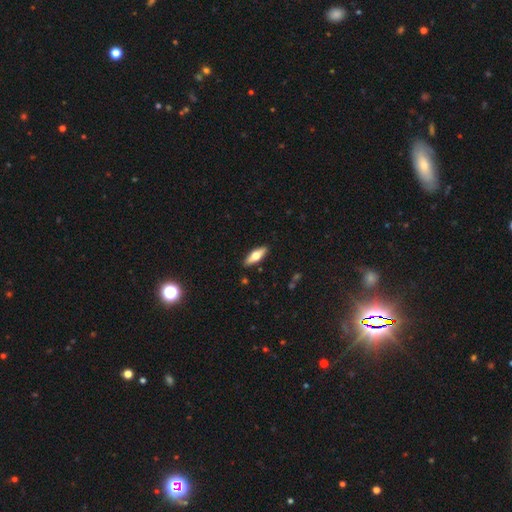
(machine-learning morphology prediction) The model was most divided on "how rounded": in between: 54%, cigar-shaped: 43%, round: 3%. More confident: merging — none (90%); smooth or featured — smooth (54%).